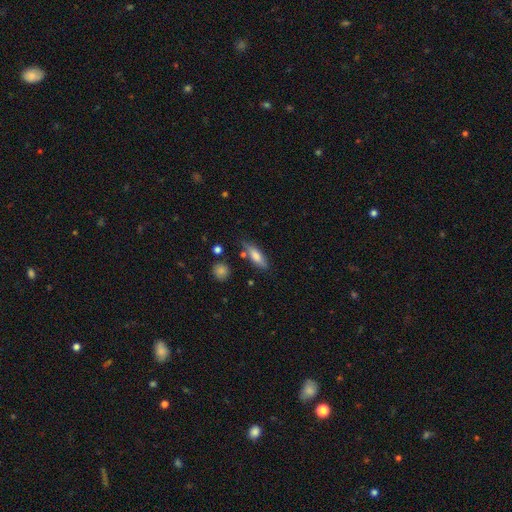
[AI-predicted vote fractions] A smooth galaxy with no disk features (74%) that is in between round and cigar-shaped (52%). Merging: none (71%).